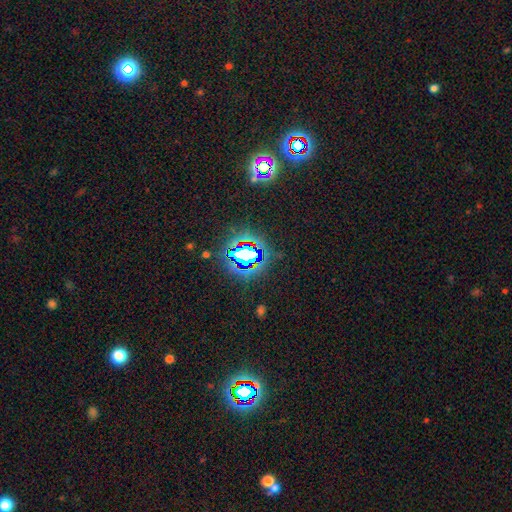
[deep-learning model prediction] Smooth or featured? star or artifact (81%)